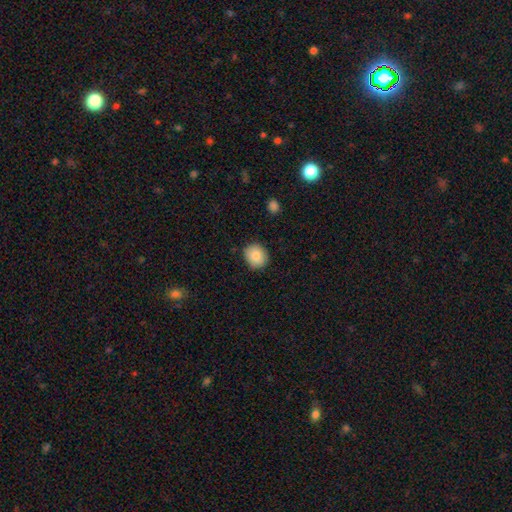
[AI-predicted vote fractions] Overall: smooth (86%). How rounded: round (75%). Merging: none (86%).